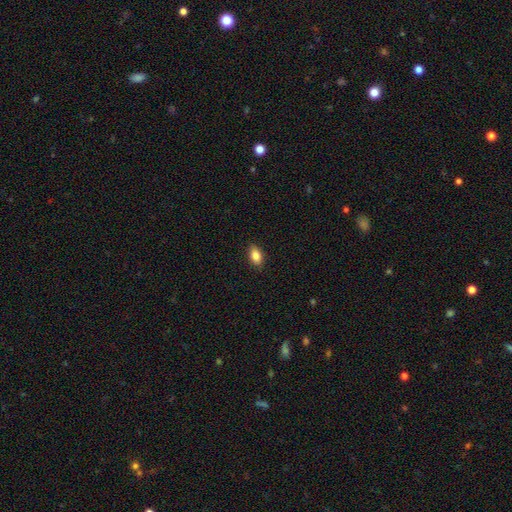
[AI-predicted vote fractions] Smooth or featured? smooth (85%)
How rounded? in between (89%)
Merging? none (88%)